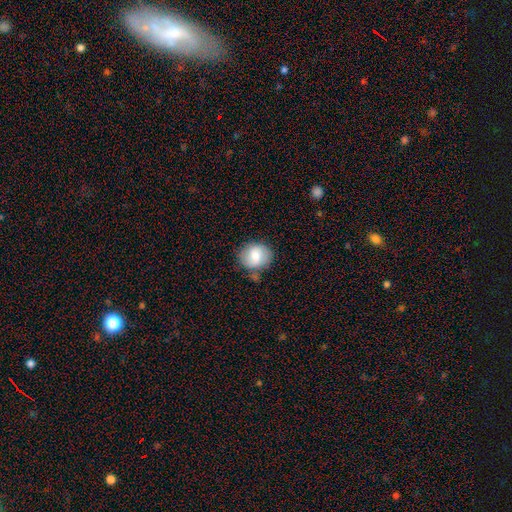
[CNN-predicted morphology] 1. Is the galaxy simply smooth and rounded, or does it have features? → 71% smooth, 21% featured or disk, 8% star or artifact.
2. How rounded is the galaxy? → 73% round, 26% in between, 1% cigar-shaped.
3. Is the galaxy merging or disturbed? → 72% none, 18% minor disturbance, 5% merger, 5% major disturbance.